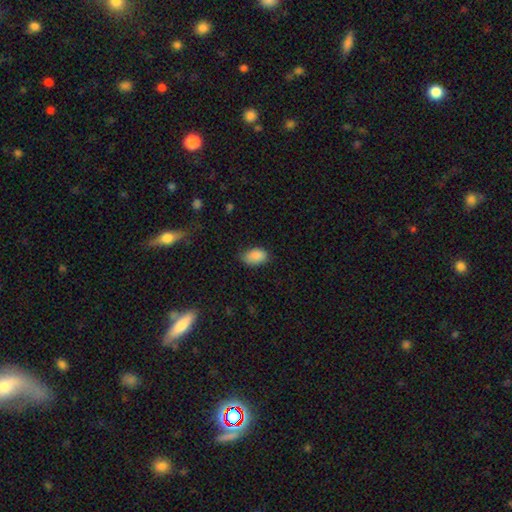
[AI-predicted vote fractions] This is clearly a smooth galaxy (89%). How rounded: clearly in between (91%). Merging: likely none (71%).